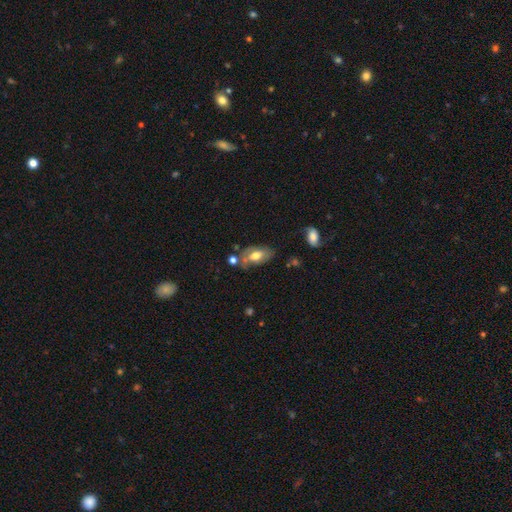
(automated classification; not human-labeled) smooth-or-featured: smooth: 59% | featured or disk: 34% | star or artifact: 7%
  how-rounded: in between: 91% | round: 5% | cigar-shaped: 4%
  merging: none: 51% | minor disturbance: 26% | merger: 13% | major disturbance: 10%